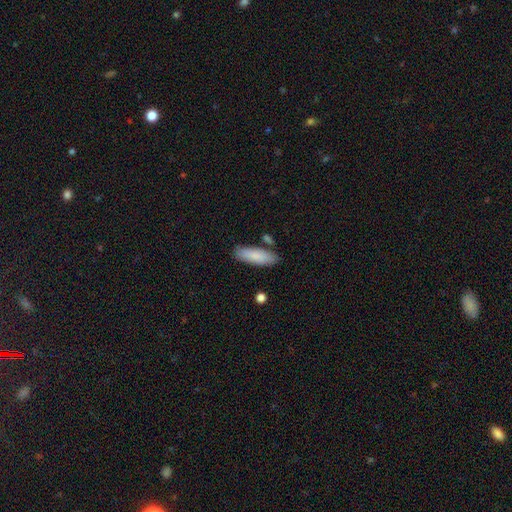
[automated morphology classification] smooth 84%, featured or disk 10%, star or artifact 6%. Down the decision tree: how rounded — in between (56%); merging — none (80%).